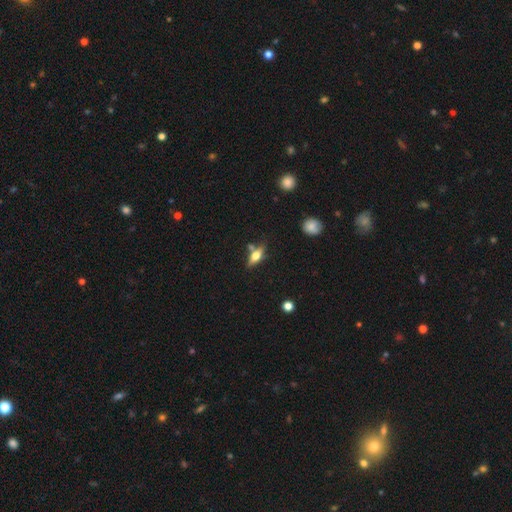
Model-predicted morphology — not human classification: This is possibly a featured or disk galaxy (46%). Merging: likely none (67%).